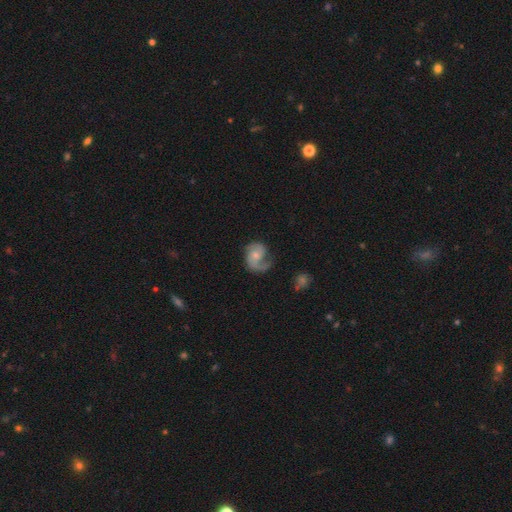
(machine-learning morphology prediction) Smooth or featured? Predicted: featured or disk (p=0.72). Edge-on disk? Predicted: no (p=0.98). Bar? Predicted: no (p=0.67). Spiral arms? Predicted: yes (p=0.92). Spiral winding? Predicted: medium (p=0.43). Spiral arm count? Predicted: 1 (p=0.49). Bulge size? Predicted: small (p=0.46). Merging? Predicted: none (p=0.44).